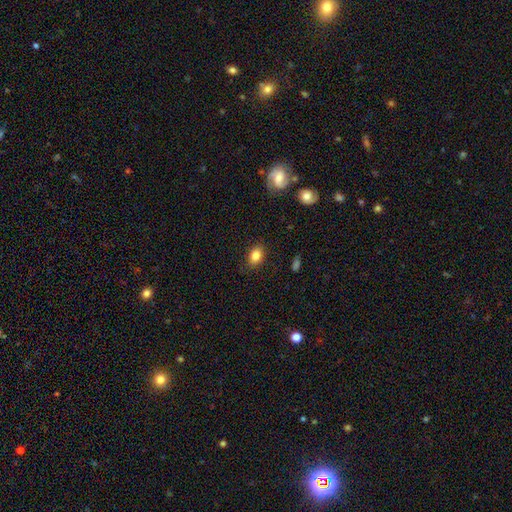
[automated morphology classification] Smooth or featured? smooth (83%)
How rounded? in between (77%)
Merging? none (85%)